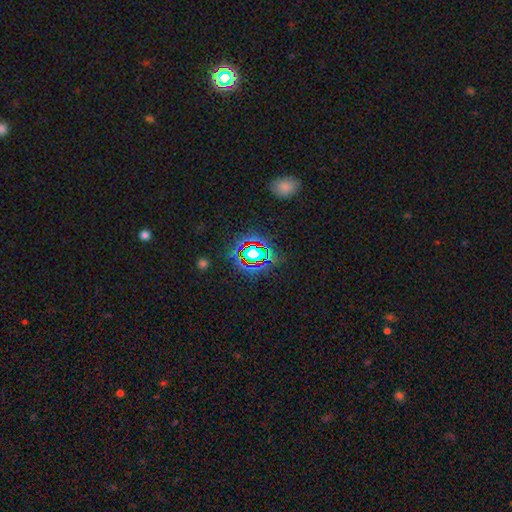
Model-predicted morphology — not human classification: This is likely a star or artifact rather than a galaxy (72%).